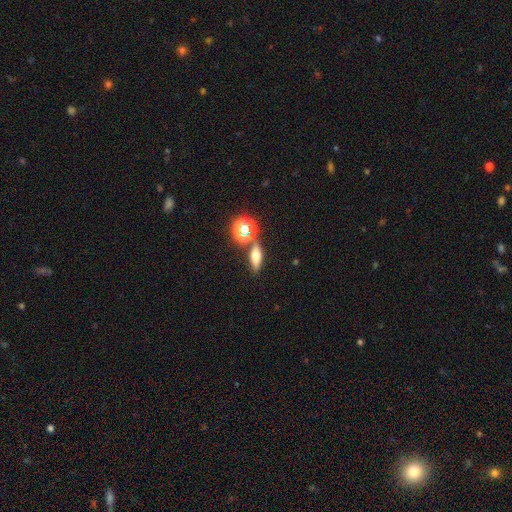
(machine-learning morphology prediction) A smooth galaxy with no disk features (58%) that is in between round and cigar-shaped (53%).

Vote fractions:
- Smooth or featured? smooth: 58% / featured or disk: 25% / star or artifact: 18%
- How rounded? in between: 53% / cigar-shaped: 30% / round: 16%
- Merging? none: 75% / merger: 11% / minor disturbance: 10% / major disturbance: 3%